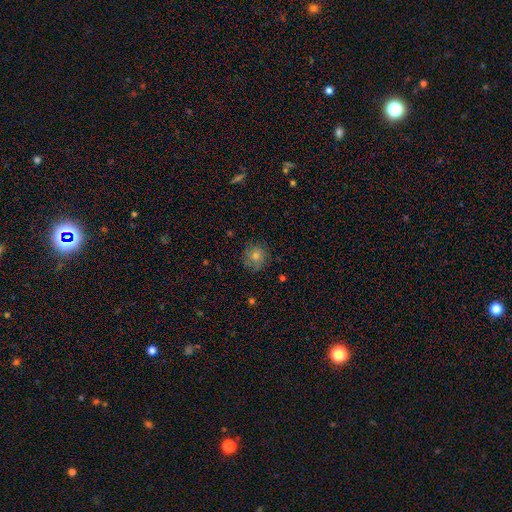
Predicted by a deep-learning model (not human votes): A smooth galaxy with no disk features (58%) that is round (86%).

Vote fractions:
- Smooth or featured? smooth: 58% / featured or disk: 25% / star or artifact: 17%
- How rounded? round: 86% / in between: 12% / cigar-shaped: 1%
- Merging? none: 80% / minor disturbance: 14% / major disturbance: 4% / merger: 1%